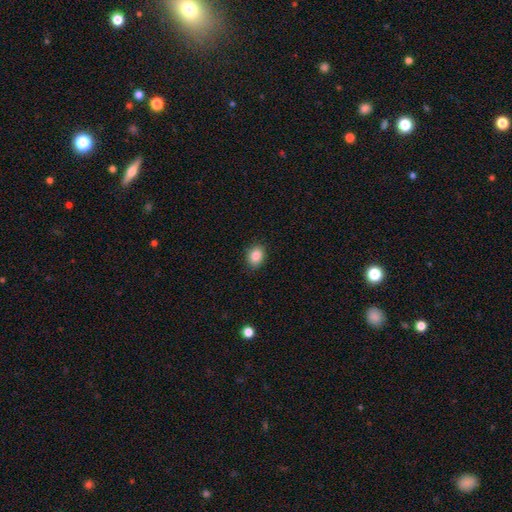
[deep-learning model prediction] Overall: smooth (88%). How rounded: in between (68%; round 31%). Merging: none (87%).